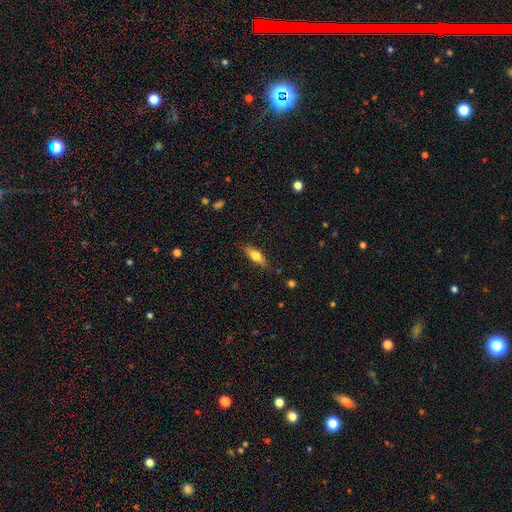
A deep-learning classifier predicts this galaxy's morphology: This appears to be a smooth galaxy with no disk features (67%) that is in between round and cigar-shaped (53%). Merging: none (83%).